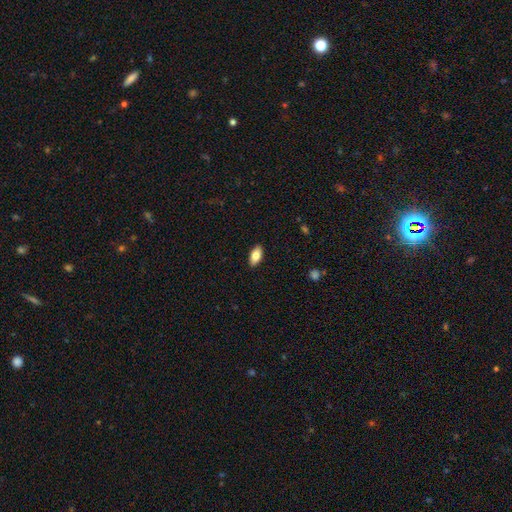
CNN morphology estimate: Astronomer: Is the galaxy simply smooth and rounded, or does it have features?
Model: smooth — 80%.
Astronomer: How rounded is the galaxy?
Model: in between — 91%.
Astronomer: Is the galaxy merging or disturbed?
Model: none — 90%.